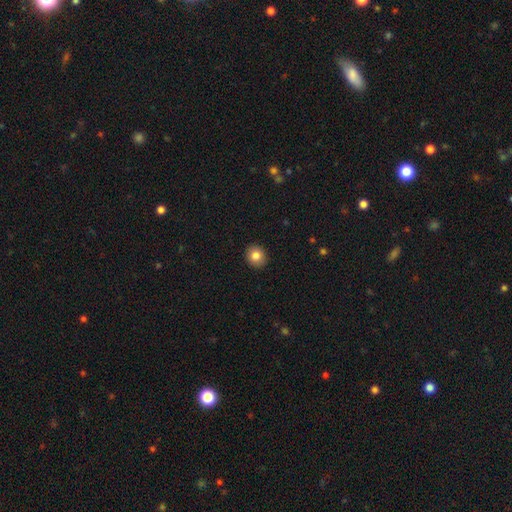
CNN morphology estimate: This appears to be a smooth galaxy with no disk features (82%) that is round (80%). Merging: none (92%).